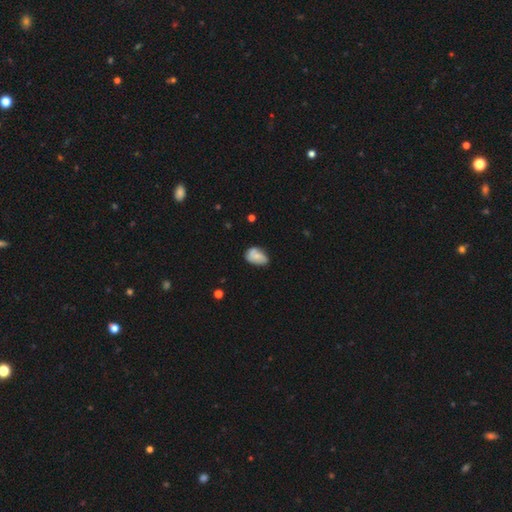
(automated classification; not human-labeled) This is likely a smooth galaxy (65%). How rounded: clearly in between (87%). Merging: possibly none (48%).